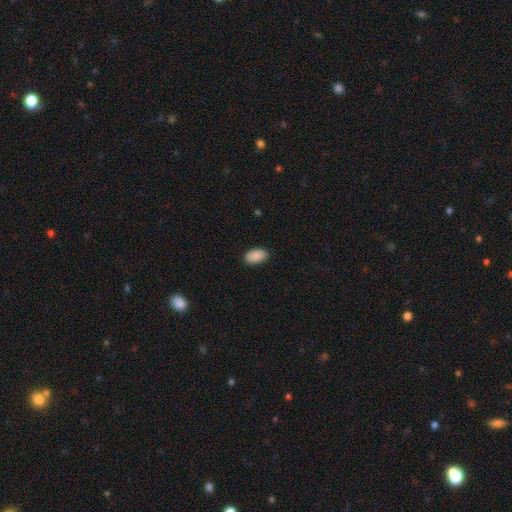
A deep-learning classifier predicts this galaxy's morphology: smooth-or-featured: smooth: 90% | star or artifact: 7% | featured or disk: 3%
  how-rounded: in between: 94% | round: 5% | cigar-shaped: 1%
  merging: none: 88% | minor disturbance: 9% | major disturbance: 2% | merger: 1%